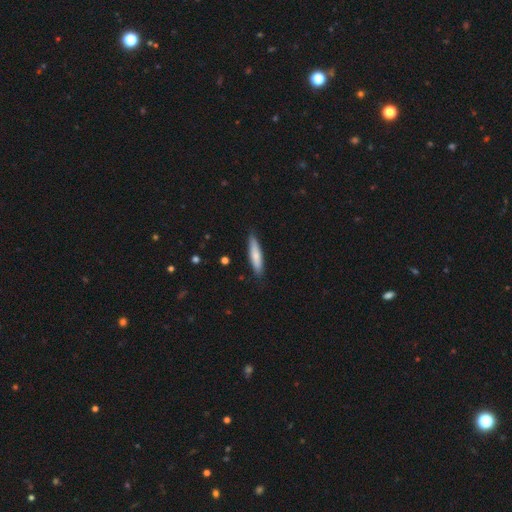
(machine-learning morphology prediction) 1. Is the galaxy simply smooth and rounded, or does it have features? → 77% smooth, 18% featured or disk, 5% star or artifact.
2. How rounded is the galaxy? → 81% cigar-shaped, 17% in between, 1% round.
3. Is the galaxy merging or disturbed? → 86% none, 11% minor disturbance, 2% major disturbance, 1% merger.